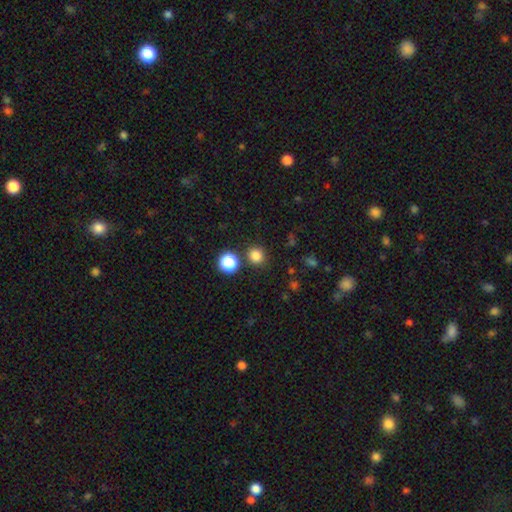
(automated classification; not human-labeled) Overall: smooth (81%). How rounded: round (89%). Merging: none (83%).